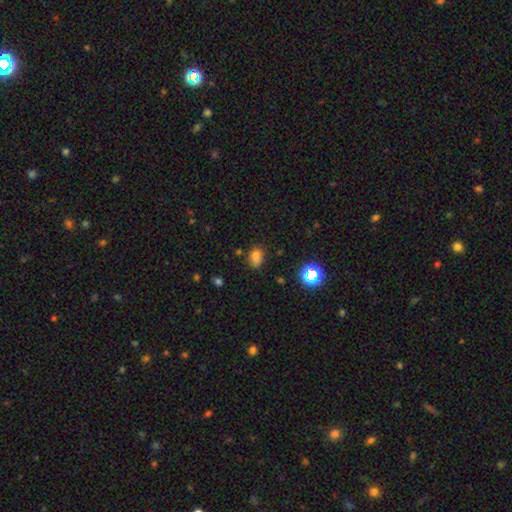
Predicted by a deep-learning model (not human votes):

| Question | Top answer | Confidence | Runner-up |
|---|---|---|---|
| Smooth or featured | smooth | 73% | star or artifact (19%) |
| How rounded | in between | 70% | round (29%) |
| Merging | none | 63% | minor disturbance (22%) |